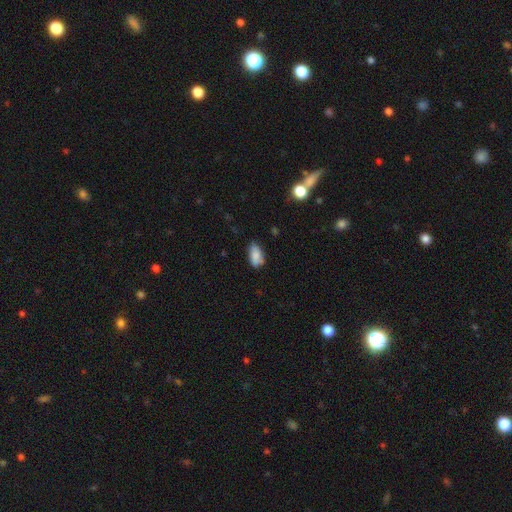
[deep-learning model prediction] Smooth or featured: smooth — 83% (featured or disk — 9%)
How rounded: in between — 92% (round — 4%)
Merging: none — 66% (minor disturbance — 27%)